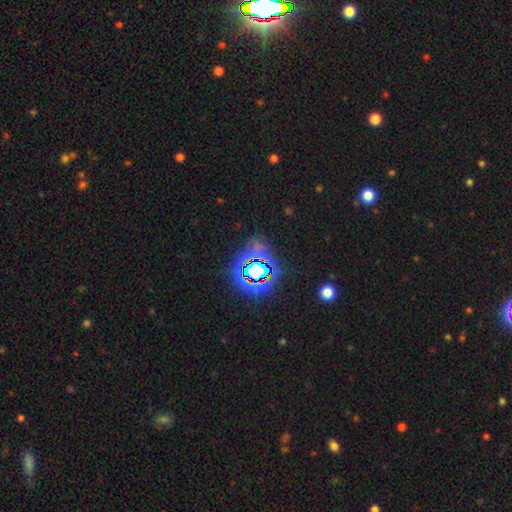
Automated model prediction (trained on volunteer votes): The model was most divided on "smooth or featured": star or artifact: 81%, smooth: 12%, featured or disk: 8%.